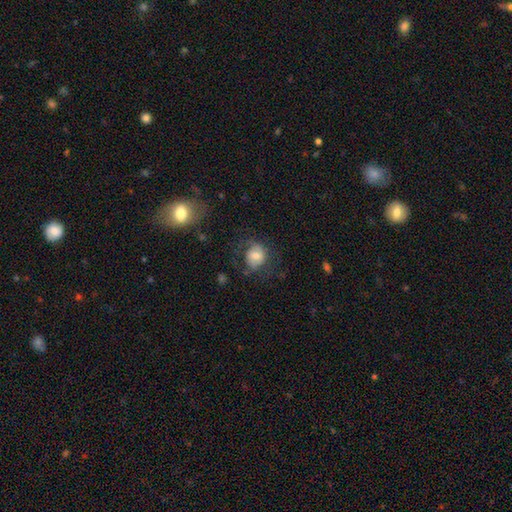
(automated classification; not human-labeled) A smooth galaxy with no disk features (61%) that is round (67%). Merging: none (55%).